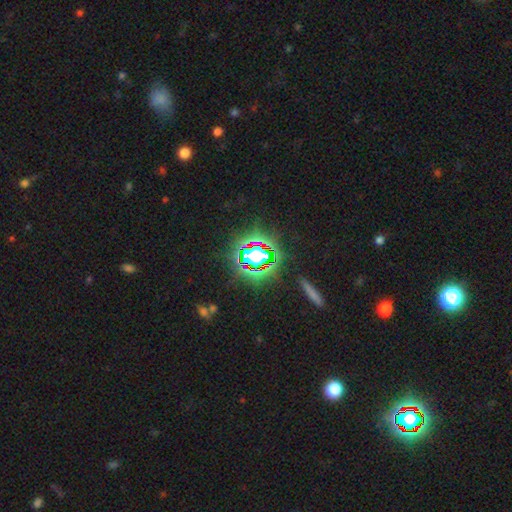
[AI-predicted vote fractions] This appears to be a star or artifact, not a galaxy (74%).